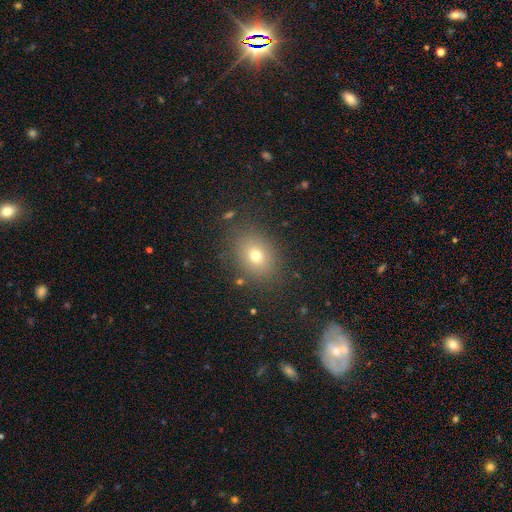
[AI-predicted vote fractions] Smooth or featured?
  - smooth: 70% *
  - star or artifact: 16%
  - featured or disk: 13%
How rounded?
  - in between: 55% *
  - round: 43%
  - cigar-shaped: 1%
Merging?
  - none: 84% *
  - minor disturbance: 10%
  - major disturbance: 4%
  - merger: 2%